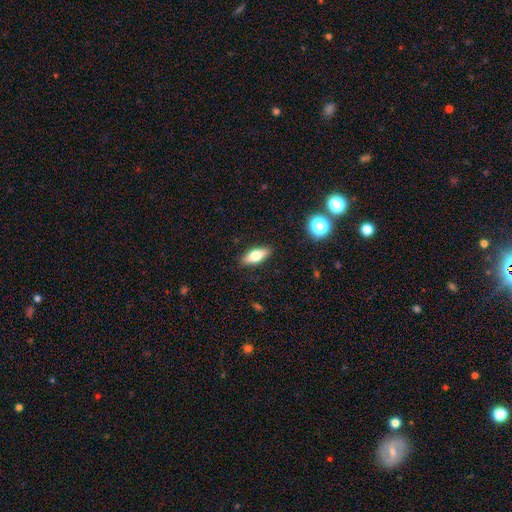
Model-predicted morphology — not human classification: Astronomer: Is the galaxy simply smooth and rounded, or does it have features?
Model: smooth — 70%.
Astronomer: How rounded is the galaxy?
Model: in between — 73%.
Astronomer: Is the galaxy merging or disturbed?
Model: none — 88%.